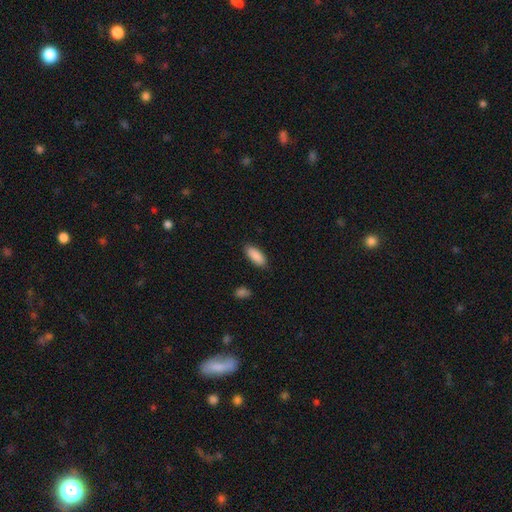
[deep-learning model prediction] Smooth or featured? smooth (90%)
How rounded? in between (81%)
Merging? none (87%)